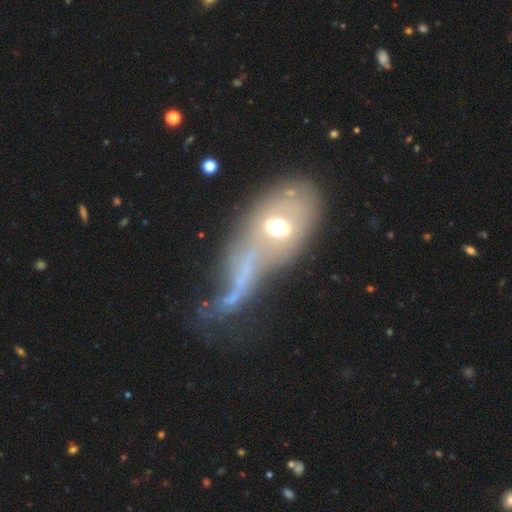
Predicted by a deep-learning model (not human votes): smooth_or_featured: featured or disk (p=0.49) [alt: smooth p=0.33]
merging: merger (p=0.39) [alt: major disturbance p=0.32]